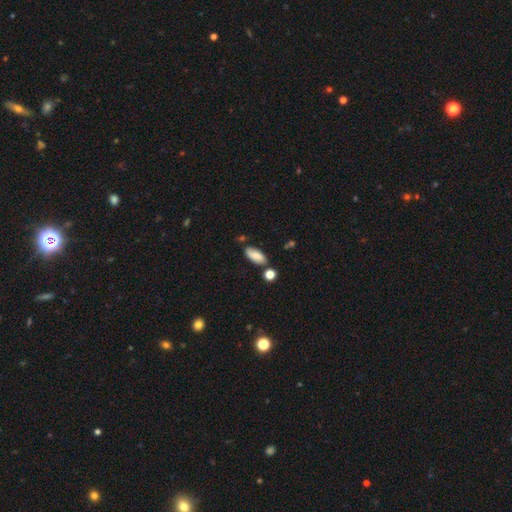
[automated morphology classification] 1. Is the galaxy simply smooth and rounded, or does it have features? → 77% smooth, 15% featured or disk, 8% star or artifact.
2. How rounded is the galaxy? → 86% in between, 11% cigar-shaped, 3% round.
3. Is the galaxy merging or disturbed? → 72% none, 17% minor disturbance, 8% merger, 4% major disturbance.